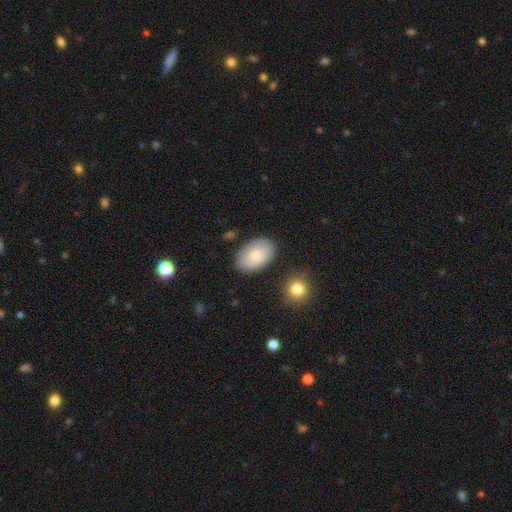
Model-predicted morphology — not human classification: Overall: smooth (79%). How rounded: in between (92%). Merging: none (80%).